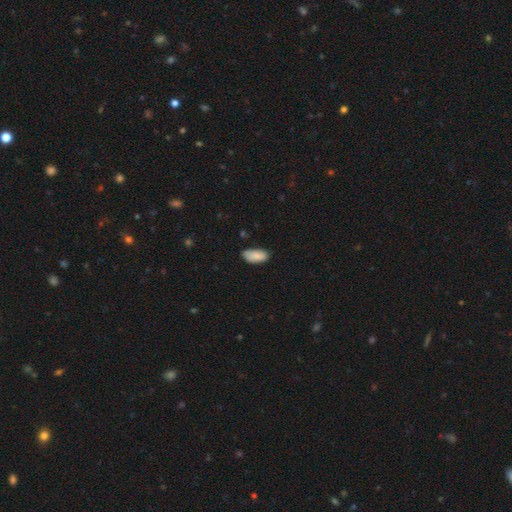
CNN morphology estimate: A smooth galaxy with no disk features (88%) that is in between round and cigar-shaped (91%).

Vote fractions:
- Smooth or featured? smooth: 88% / star or artifact: 6% / featured or disk: 6%
- How rounded? in between: 91% / cigar-shaped: 7% / round: 2%
- Merging? none: 76% / minor disturbance: 20% / major disturbance: 3% / merger: 1%